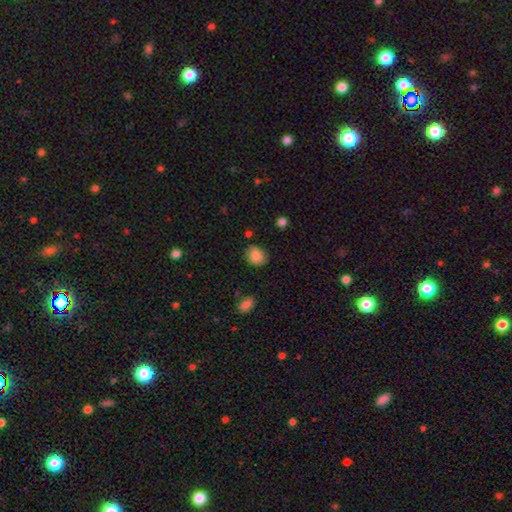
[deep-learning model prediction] A smooth galaxy with no disk features (86%) that is round (58%). Merging: none (81%).